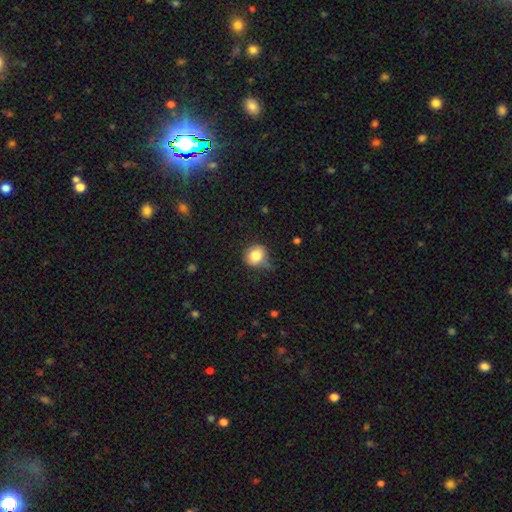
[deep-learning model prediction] smooth-or-featured: smooth: 82% | star or artifact: 10% | featured or disk: 8%
  how-rounded: round: 81% | in between: 18% | cigar-shaped: 1%
  merging: none: 63% | minor disturbance: 27% | major disturbance: 7% | merger: 3%